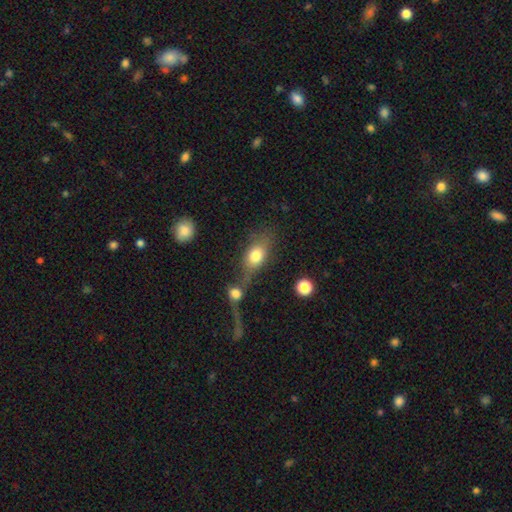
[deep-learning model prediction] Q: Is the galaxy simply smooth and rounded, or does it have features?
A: smooth — 74%.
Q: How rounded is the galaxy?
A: in between — 74%.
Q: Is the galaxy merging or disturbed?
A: merger — 39%.